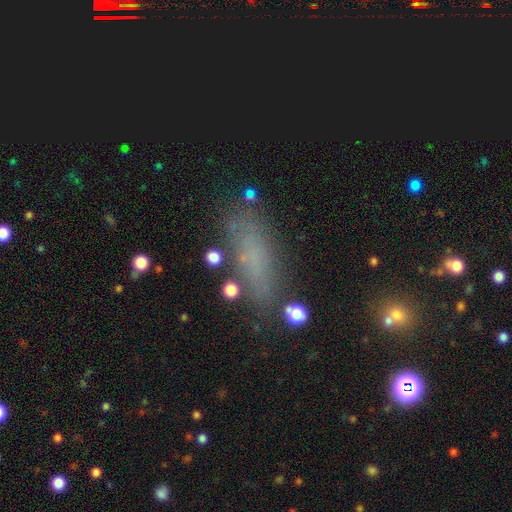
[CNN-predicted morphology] Q: Smooth or featured?
A: smooth (62%); runner-up: featured or disk (22%)
Q: How rounded?
A: in between (58%); runner-up: cigar-shaped (38%)
Q: Merging?
A: none (71%); runner-up: minor disturbance (17%)